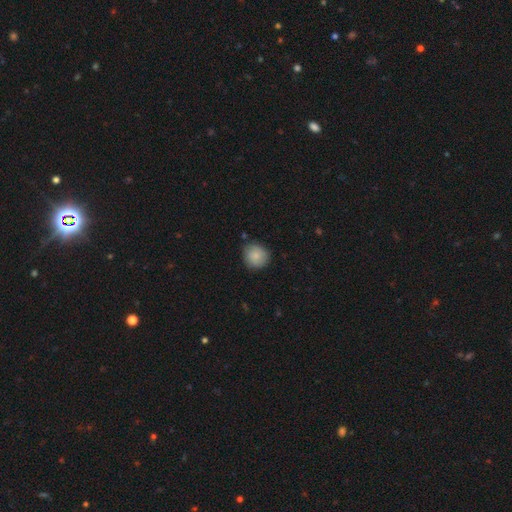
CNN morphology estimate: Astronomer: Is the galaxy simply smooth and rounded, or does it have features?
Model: smooth — 84%.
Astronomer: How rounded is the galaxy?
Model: round — 87%.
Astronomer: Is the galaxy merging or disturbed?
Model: none — 81%.